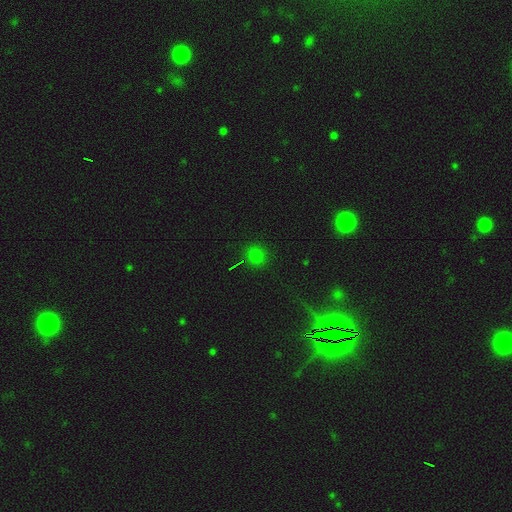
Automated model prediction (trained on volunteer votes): This is likely a smooth galaxy (73%). How rounded: clearly round (87%). Merging: clearly none (88%).